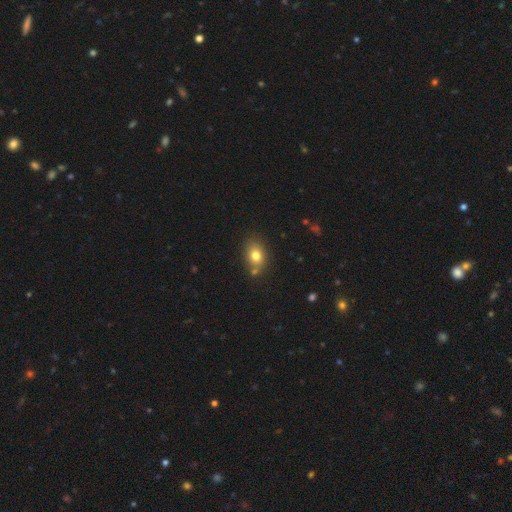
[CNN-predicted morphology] Smooth or featured: smooth — 77% (star or artifact — 12%)
How rounded: in between — 64% (round — 35%)
Merging: none — 71% (minor disturbance — 14%)